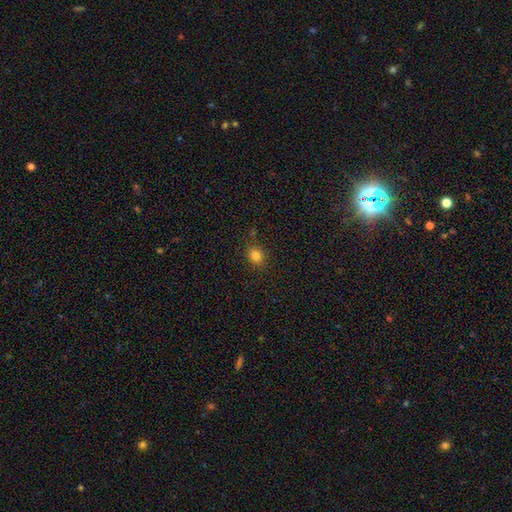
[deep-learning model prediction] This appears to be a smooth galaxy with no disk features (82%) that is round (53%). Merging: none (84%).